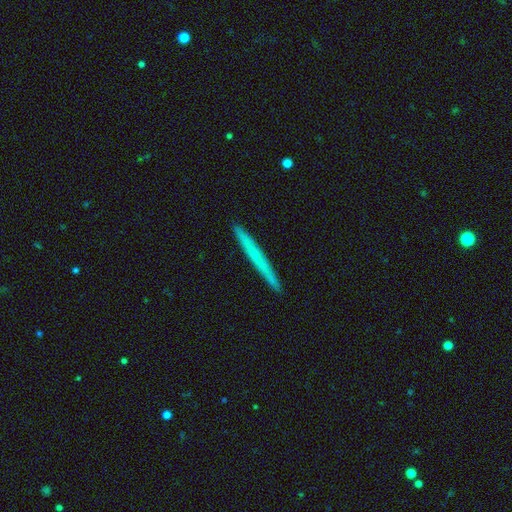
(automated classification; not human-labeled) Morphology: type=smooth (53%); roundness=cigar-shaped (97%); merging=none (92%).